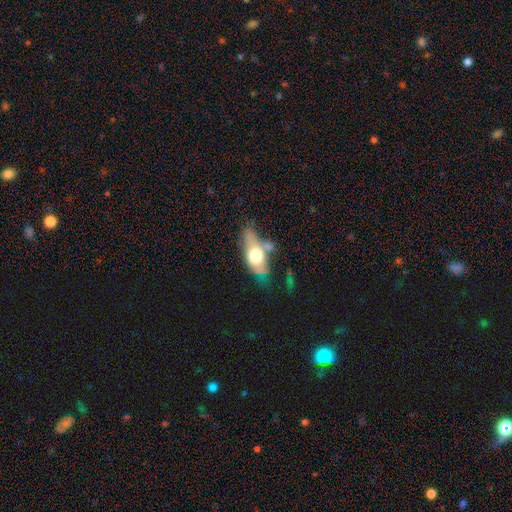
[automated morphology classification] Smooth or featured? smooth (51%)
How rounded? in between (75%)
Merging? none (39%)